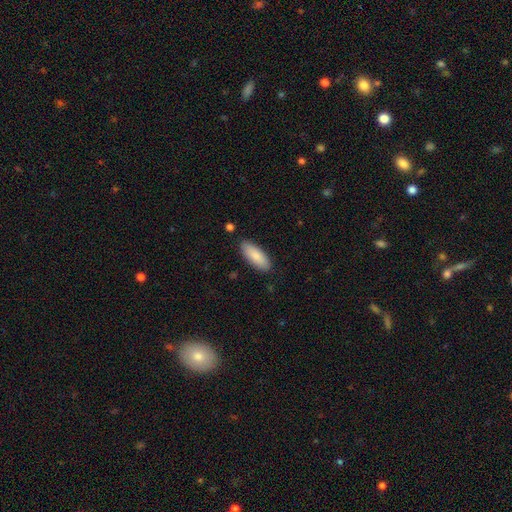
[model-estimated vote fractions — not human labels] The model was most divided on "how rounded": in between: 77%, cigar-shaped: 22%, round: 2%. More confident: merging — none (87%); smooth or featured — smooth (86%).